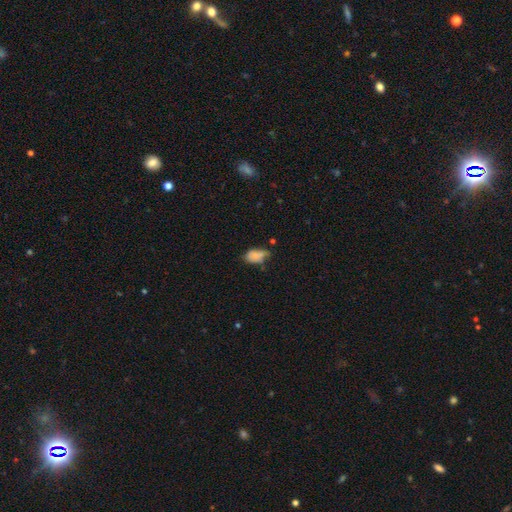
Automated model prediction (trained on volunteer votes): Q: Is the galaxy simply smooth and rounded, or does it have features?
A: smooth — 72%.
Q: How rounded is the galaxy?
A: in between — 90%.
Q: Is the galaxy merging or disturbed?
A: minor disturbance — 42%.